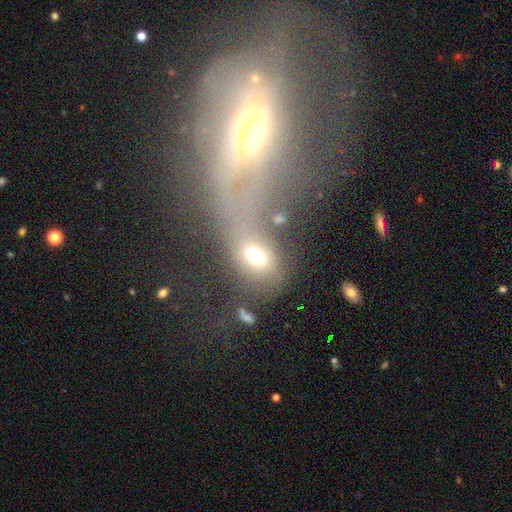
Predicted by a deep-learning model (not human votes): Q: Smooth or featured?
A: smooth (64%); runner-up: featured or disk (19%)
Q: How rounded?
A: in between (76%); runner-up: round (19%)
Q: Merging?
A: none (48%); runner-up: merger (23%)